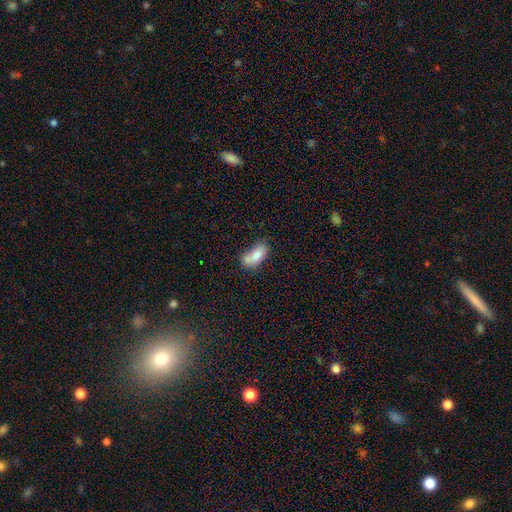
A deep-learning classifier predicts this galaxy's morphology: type=smooth (78%); roundness=in between (86%); merging=none (46%).